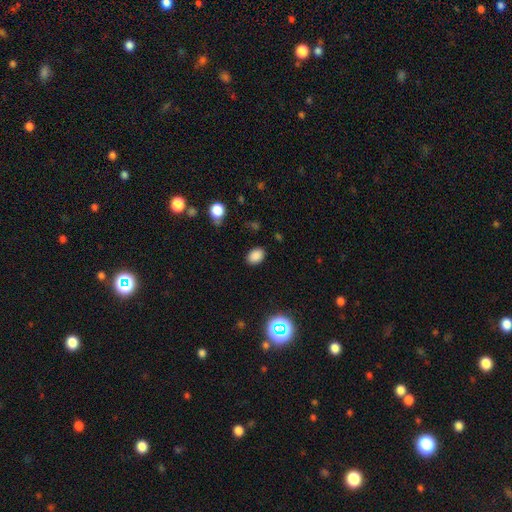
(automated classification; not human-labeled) This is clearly a smooth galaxy (85%). How rounded: likely in between (76%). Merging: clearly none (85%).